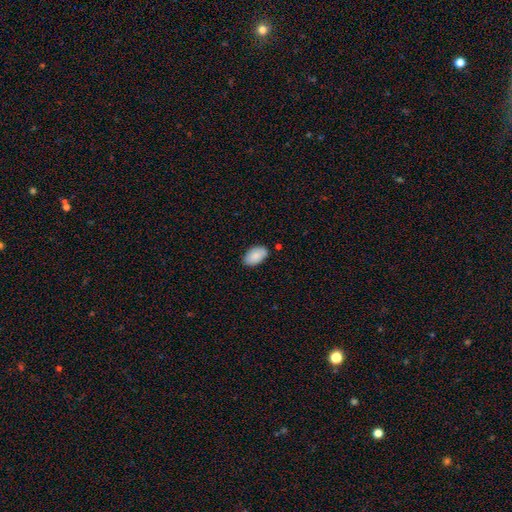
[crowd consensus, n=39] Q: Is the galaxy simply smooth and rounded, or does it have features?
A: smooth — 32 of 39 (82%).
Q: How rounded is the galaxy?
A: in between — 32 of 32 (100%).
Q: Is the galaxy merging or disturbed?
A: none — 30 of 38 (79%).